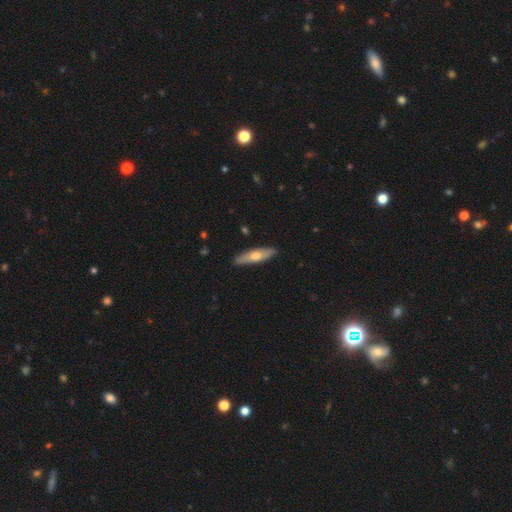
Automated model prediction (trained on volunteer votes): smooth_or_featured: smooth (p=0.53) [alt: featured or disk p=0.42]
how_rounded: cigar-shaped (p=0.69) [alt: in between p=0.29]
merging: none (p=0.89) [alt: minor disturbance p=0.09]